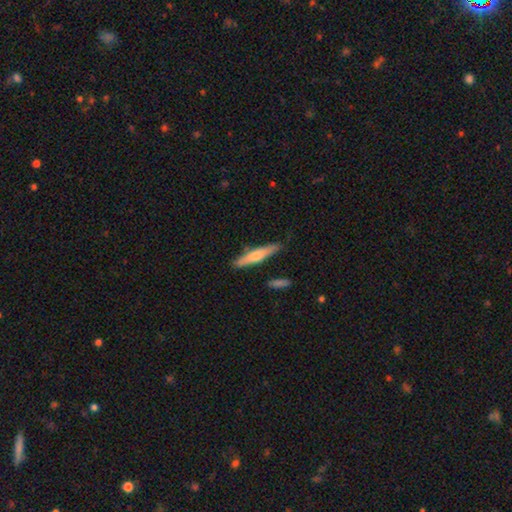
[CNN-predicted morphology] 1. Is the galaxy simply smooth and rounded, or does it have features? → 55% smooth, 39% featured or disk, 6% star or artifact.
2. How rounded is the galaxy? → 87% cigar-shaped, 12% in between, 2% round.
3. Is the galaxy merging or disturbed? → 84% none, 11% minor disturbance, 3% merger, 2% major disturbance.